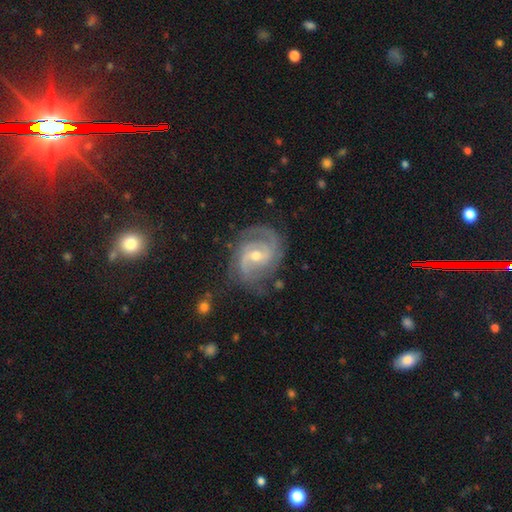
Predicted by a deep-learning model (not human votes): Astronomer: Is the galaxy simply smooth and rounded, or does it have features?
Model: featured or disk — 89%.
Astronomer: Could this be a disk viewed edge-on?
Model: no — 97%.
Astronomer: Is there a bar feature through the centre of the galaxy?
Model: weak — 49% (runner-up: no, 36%).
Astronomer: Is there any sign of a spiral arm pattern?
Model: yes — 98%.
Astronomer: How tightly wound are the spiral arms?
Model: medium — 45% (runner-up: tight, 44%).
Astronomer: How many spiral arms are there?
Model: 2 — 68%.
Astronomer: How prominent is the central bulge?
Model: moderate — 57% (runner-up: small, 39%).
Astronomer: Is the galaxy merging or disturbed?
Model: none — 72%.